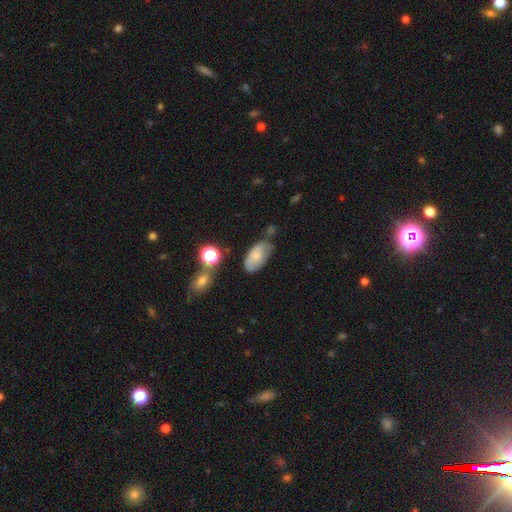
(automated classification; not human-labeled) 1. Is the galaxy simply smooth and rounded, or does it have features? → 64% smooth, 27% featured or disk, 9% star or artifact.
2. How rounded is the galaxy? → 93% in between, 5% round, 2% cigar-shaped.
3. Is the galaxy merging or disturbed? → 51% none, 31% minor disturbance, 11% major disturbance, 7% merger.